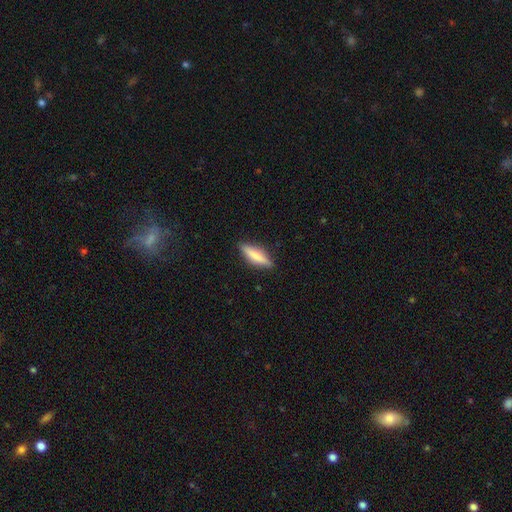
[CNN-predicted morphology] type=smooth (64%); roundness=cigar-shaped (73%); merging=none (88%).